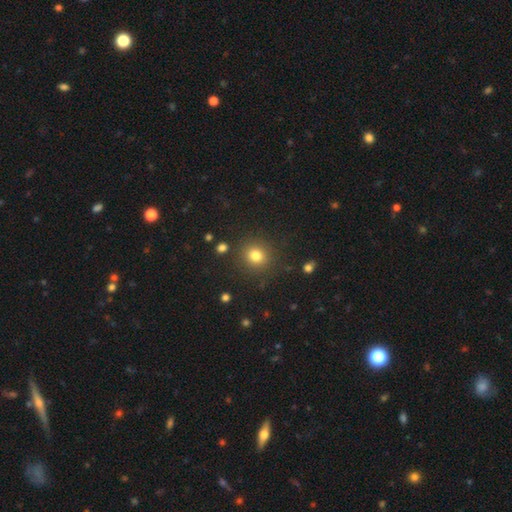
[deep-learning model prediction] Smooth or featured?
  - smooth: 80% *
  - star or artifact: 14%
  - featured or disk: 6%
How rounded?
  - round: 89% *
  - in between: 10%
  - cigar-shaped: 1%
Merging?
  - none: 87% *
  - minor disturbance: 7%
  - major disturbance: 3%
  - merger: 2%